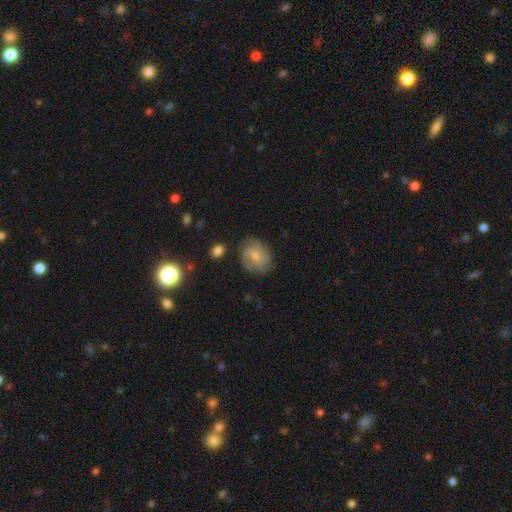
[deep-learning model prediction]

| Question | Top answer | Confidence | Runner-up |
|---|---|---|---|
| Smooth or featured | featured or disk | 59% | smooth (33%) |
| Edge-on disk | no | 97% | yes (3%) |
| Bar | no | 59% | weak (36%) |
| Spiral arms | yes | 88% | no (12%) |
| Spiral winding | medium | 43% | tight (36%) |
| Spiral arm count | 2 | 29% | tied: can't tell (29%) |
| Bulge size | small | 56% | moderate (36%) |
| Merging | none | 71% | minor disturbance (20%) |